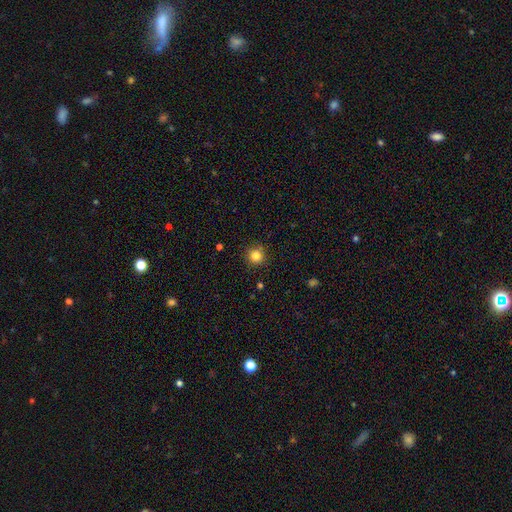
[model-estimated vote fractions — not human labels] smooth_or_featured: smooth (p=0.83) [alt: star or artifact p=0.12]
how_rounded: round (p=0.93) [alt: in between p=0.06]
merging: none (p=0.90) [alt: minor disturbance p=0.07]